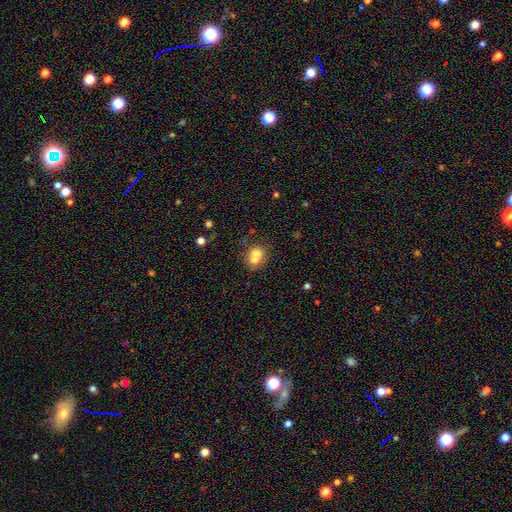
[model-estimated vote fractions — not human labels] A smooth galaxy with no disk features (67%) that is round (68%).

Vote fractions:
- Smooth or featured? smooth: 67% / featured or disk: 21% / star or artifact: 12%
- How rounded? round: 68% / in between: 31% / cigar-shaped: 1%
- Merging? merger: 60% / none: 29% / minor disturbance: 7% / major disturbance: 4%